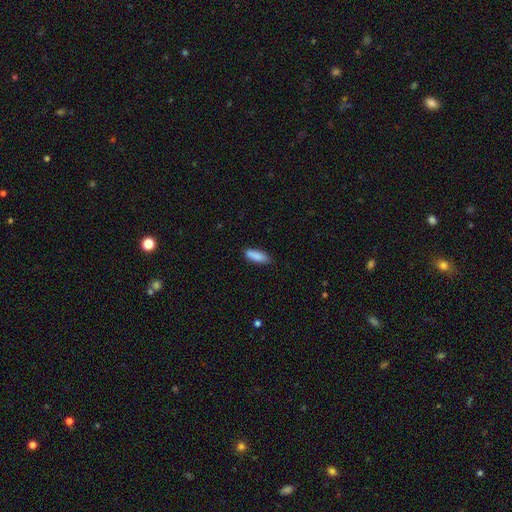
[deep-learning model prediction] Smooth or featured?
  - smooth: 88% *
  - star or artifact: 6%
  - featured or disk: 6%
How rounded?
  - in between: 59% *
  - cigar-shaped: 40%
  - round: 2%
Merging?
  - none: 81% *
  - minor disturbance: 15%
  - major disturbance: 2%
  - merger: 1%